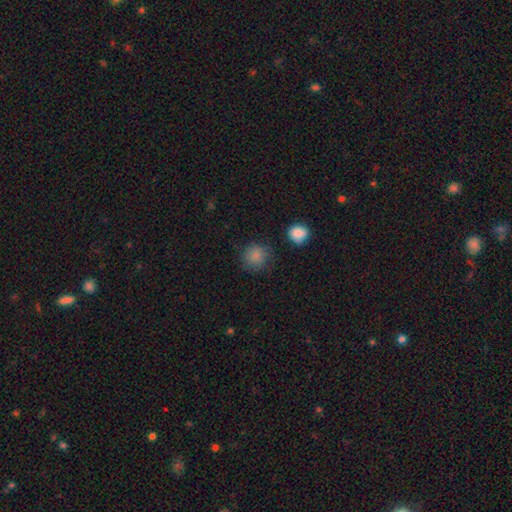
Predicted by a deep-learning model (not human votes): smooth-or-featured: smooth: 85% | star or artifact: 11% | featured or disk: 5%
  how-rounded: round: 89% | in between: 10% | cigar-shaped: 1%
  merging: none: 79% | minor disturbance: 13% | major disturbance: 5% | merger: 3%